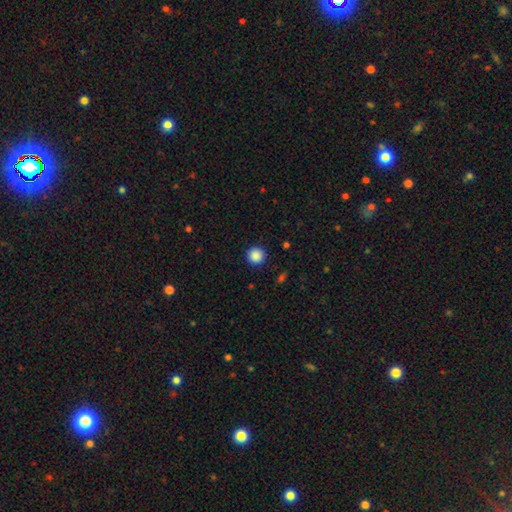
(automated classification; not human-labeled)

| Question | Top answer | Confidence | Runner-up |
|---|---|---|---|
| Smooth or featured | smooth | 88% | star or artifact (9%) |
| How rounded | round | 96% | in between (3%) |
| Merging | none | 92% | minor disturbance (5%) |